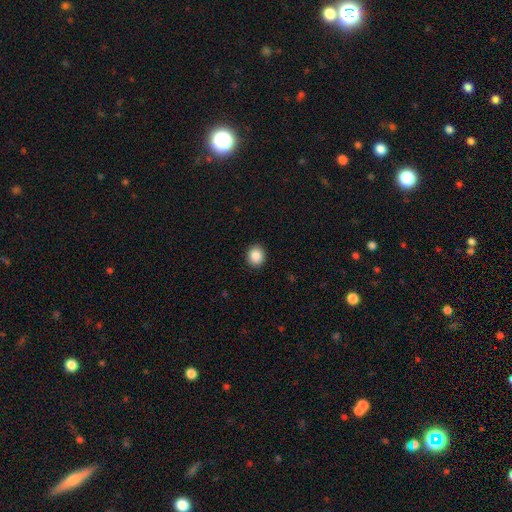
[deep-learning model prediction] This appears to be a smooth galaxy with no disk features (88%) that is round (77%). Merging: none (92%).